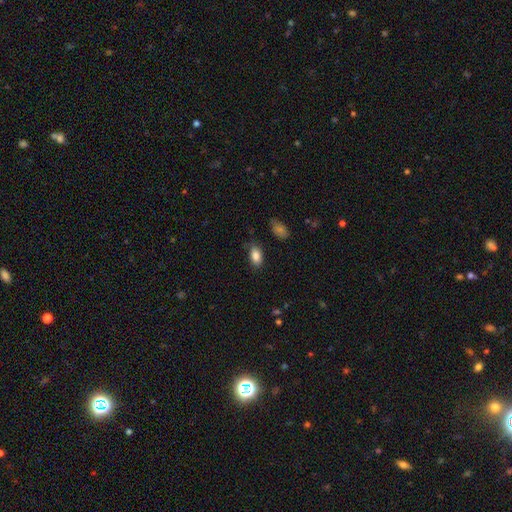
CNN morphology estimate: smooth 85%, star or artifact 8%, featured or disk 6%. Down the decision tree: how rounded — in between (90%); merging — none (76%).